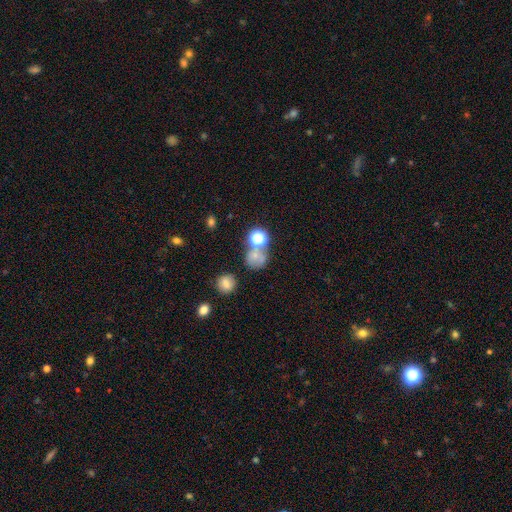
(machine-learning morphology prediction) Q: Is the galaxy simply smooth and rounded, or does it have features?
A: smooth — 65%.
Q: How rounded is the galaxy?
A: round — 75%.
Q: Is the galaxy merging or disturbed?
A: none — 49%.